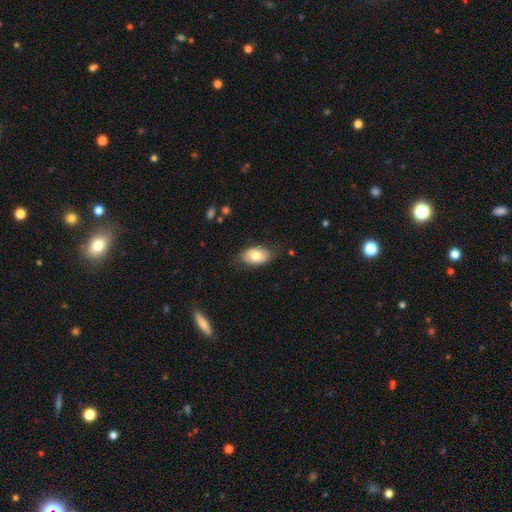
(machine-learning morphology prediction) This is likely a smooth galaxy (77%). How rounded: clearly in between (93%). Merging: likely none (75%).